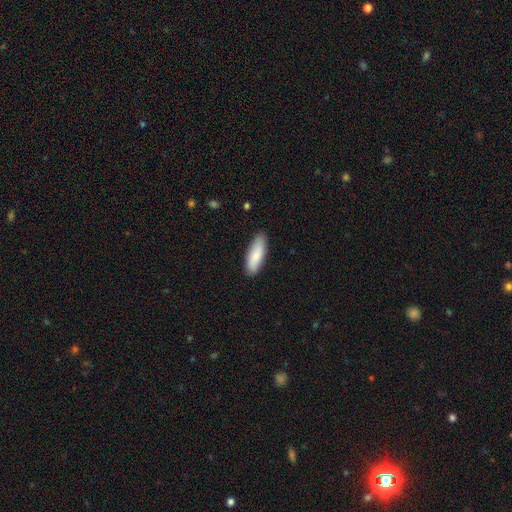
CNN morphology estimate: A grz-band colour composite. It shows a smooth galaxy with no disk features (84%) that is in between round and cigar-shaped (57%). Merging: none (86%).